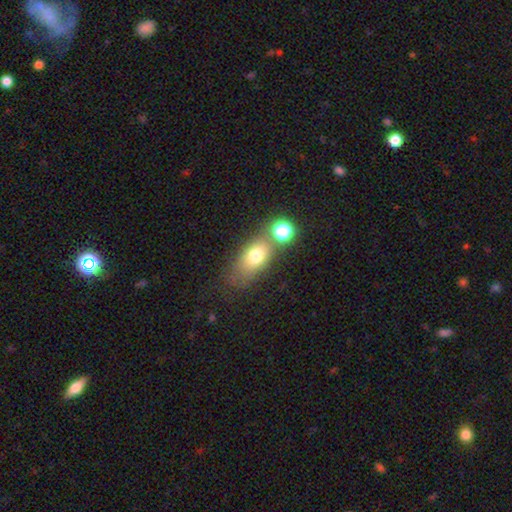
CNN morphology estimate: Q: Smooth or featured?
A: smooth (72%); runner-up: featured or disk (16%)
Q: How rounded?
A: in between (76%); runner-up: round (18%)
Q: Merging?
A: none (57%); runner-up: merger (19%)